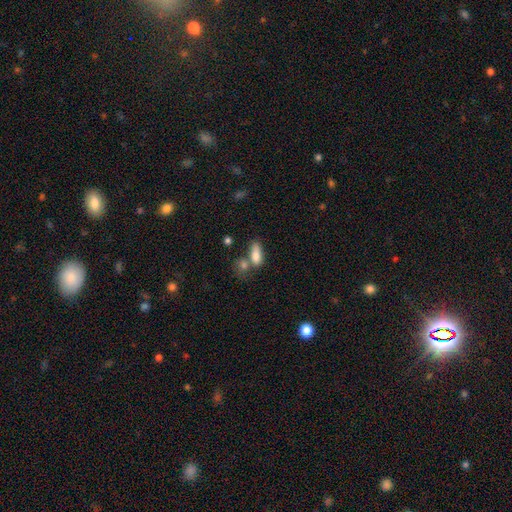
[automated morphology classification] Smooth or featured?
  - smooth: 80% *
  - featured or disk: 11%
  - star or artifact: 8%
How rounded?
  - in between: 78% *
  - cigar-shaped: 17%
  - round: 6%
Merging?
  - none: 39% *
  - merger: 36%
  - minor disturbance: 17%
  - major disturbance: 9%